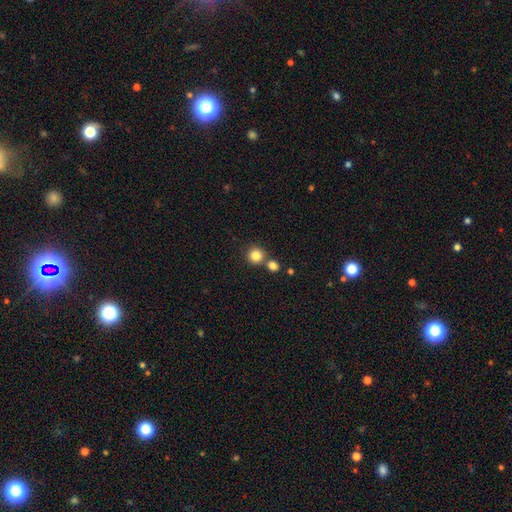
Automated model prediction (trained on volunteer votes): This is clearly a smooth galaxy (83%). How rounded: clearly round (93%). Merging: likely none (71%).